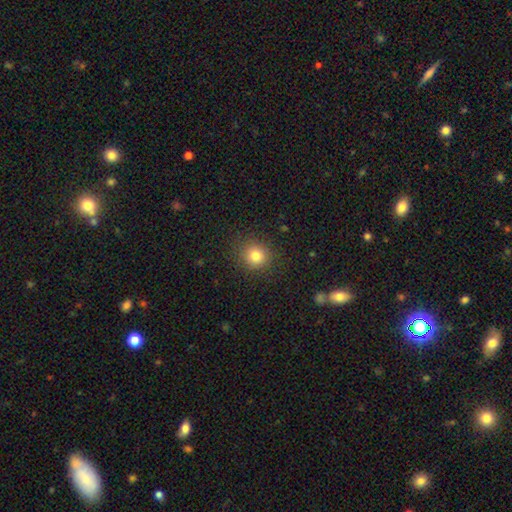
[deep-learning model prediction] A smooth galaxy with no disk features (81%) that is round (87%). Merging: none (88%).